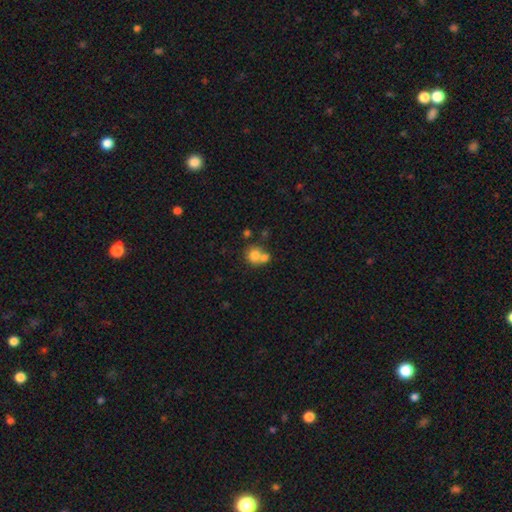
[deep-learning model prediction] smooth-or-featured: smooth: 75% | featured or disk: 14% | star or artifact: 11%
  how-rounded: round: 83% | in between: 16% | cigar-shaped: 1%
  merging: merger: 51% | none: 38% | minor disturbance: 7% | major disturbance: 3%